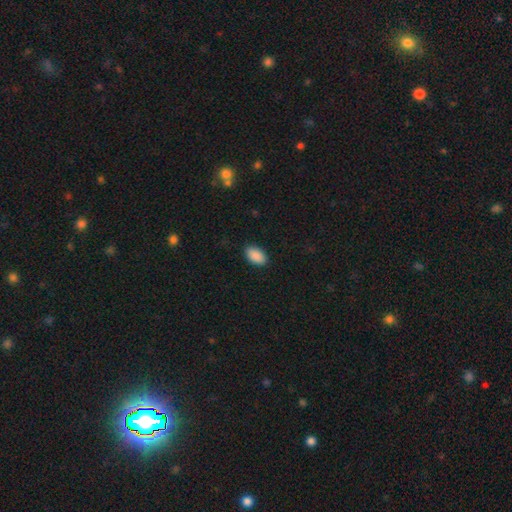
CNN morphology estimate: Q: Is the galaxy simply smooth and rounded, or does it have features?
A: smooth — 91%.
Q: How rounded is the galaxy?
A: in between — 94%.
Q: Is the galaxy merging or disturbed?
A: none — 89%.